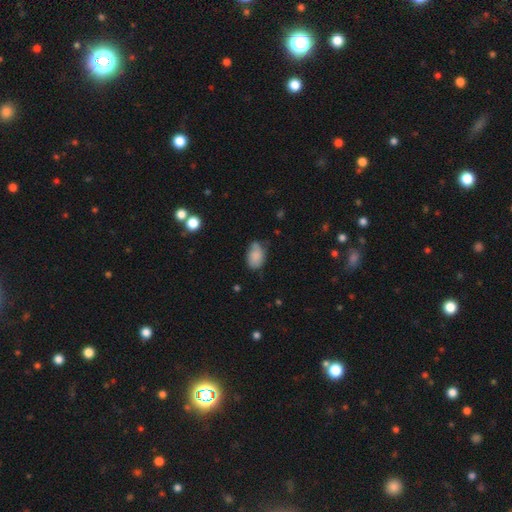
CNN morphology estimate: This is likely a smooth galaxy (80%). How rounded: clearly in between (85%). Merging: possibly none (52%).